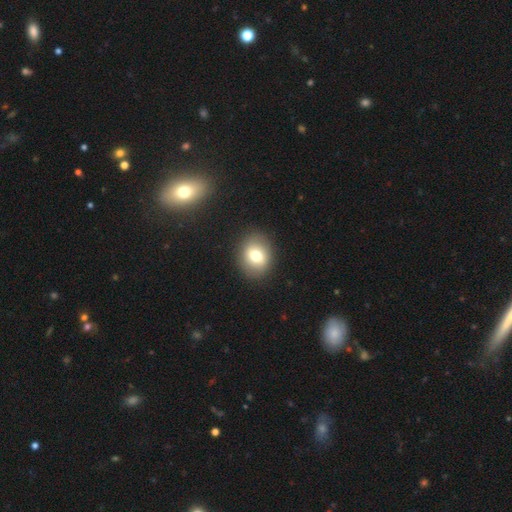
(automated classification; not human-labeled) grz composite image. It shows a smooth galaxy with no disk features (74%) that is round (54%). Merging: none (88%).